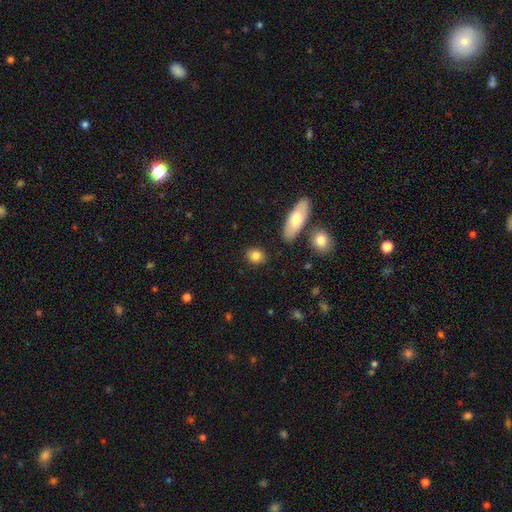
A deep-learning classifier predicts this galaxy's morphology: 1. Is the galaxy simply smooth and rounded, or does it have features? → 83% smooth, 9% featured or disk, 8% star or artifact.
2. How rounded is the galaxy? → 50% in between, 48% round, 2% cigar-shaped.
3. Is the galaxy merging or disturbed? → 85% none, 9% minor disturbance, 3% merger, 2% major disturbance.